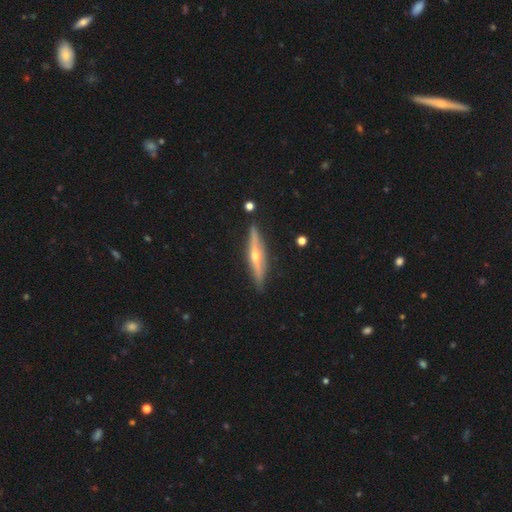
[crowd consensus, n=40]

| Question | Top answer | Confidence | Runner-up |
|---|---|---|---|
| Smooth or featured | featured or disk | 72% | smooth (20%) |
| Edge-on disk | yes | 100% | — |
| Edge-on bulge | rounded | 90% | none (7%) |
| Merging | none | 92% | minor disturbance (5%) |